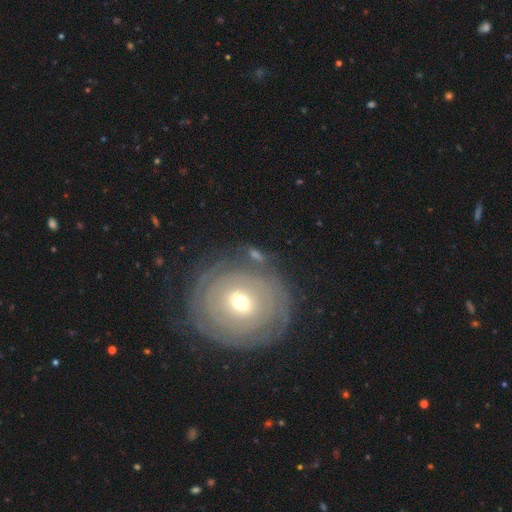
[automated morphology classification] Smooth or featured? featured or disk (70%)
Edge-on disk? no (96%)
Bar? no (61%)
Spiral arms? yes (75%)
Spiral winding? tight (86%)
Spiral arm count? can't tell (48%)
Bulge size? moderate (58%)
Merging? none (76%)